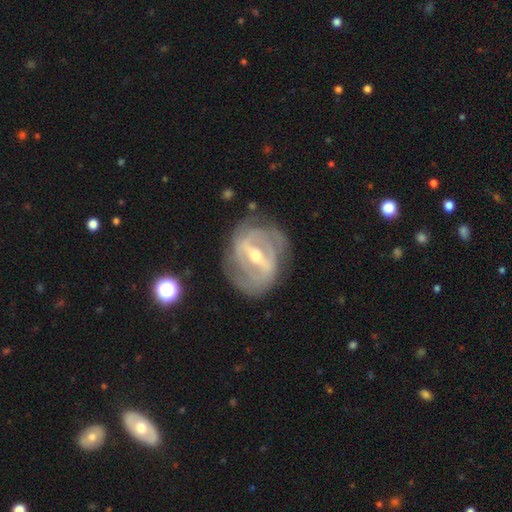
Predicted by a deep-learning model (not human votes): Morphology: type=featured or disk (87%); edge-on=no (94%); bar=strong (67%); spiral arms=yes (84%); winding=tight (55%); arm count=2 (45%); bulge=moderate (61%); merging=none (73%).